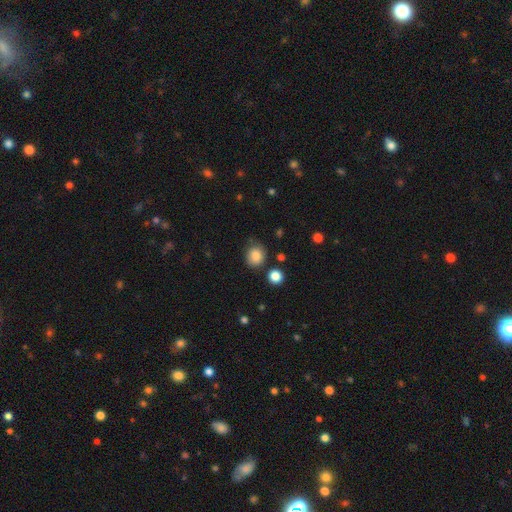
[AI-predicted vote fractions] This appears to be a smooth galaxy with no disk features (85%) that is round (78%). Merging: none (77%).